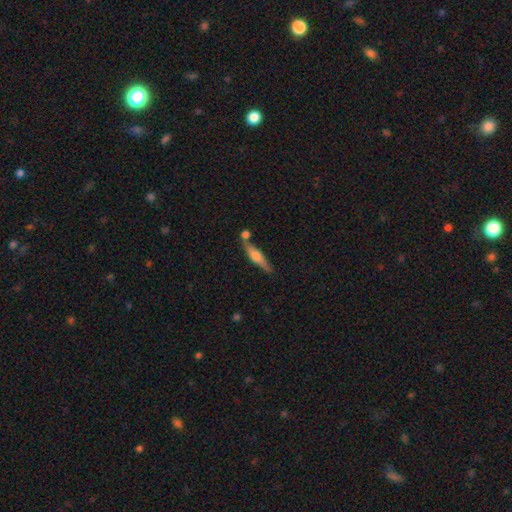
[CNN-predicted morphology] This is possibly a smooth galaxy (49%). Merging: likely none (66%).